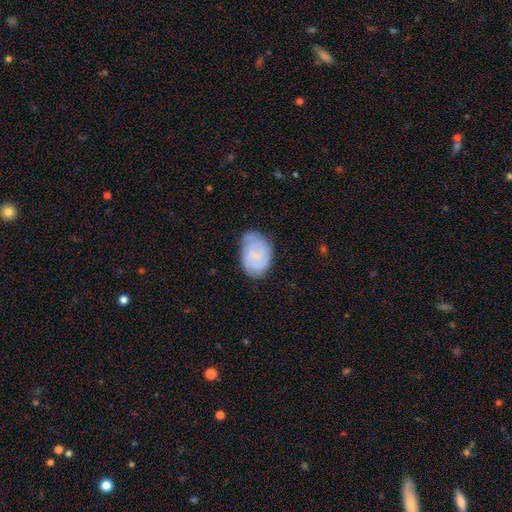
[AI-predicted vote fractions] A smooth galaxy with no disk features (50%) that is in between round and cigar-shaped (83%).

Vote fractions:
- Smooth or featured? smooth: 50% / featured or disk: 42% / star or artifact: 8%
- How rounded? in between: 83% / round: 16% / cigar-shaped: 1%
- Merging? none: 57% / minor disturbance: 33% / major disturbance: 8% / merger: 2%